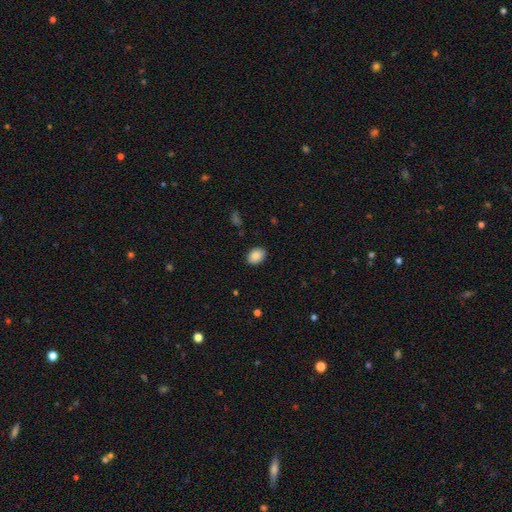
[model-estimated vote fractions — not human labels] Q: Smooth or featured?
A: smooth (88%); runner-up: star or artifact (7%)
Q: How rounded?
A: in between (77%); runner-up: round (22%)
Q: Merging?
A: none (88%); runner-up: minor disturbance (9%)